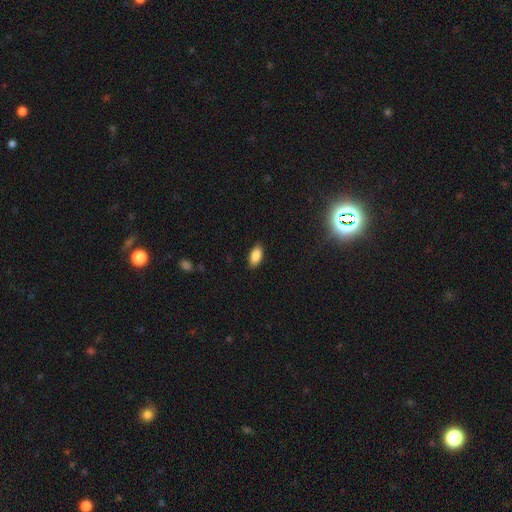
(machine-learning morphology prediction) type=smooth (87%); roundness=in between (91%); merging=none (87%).